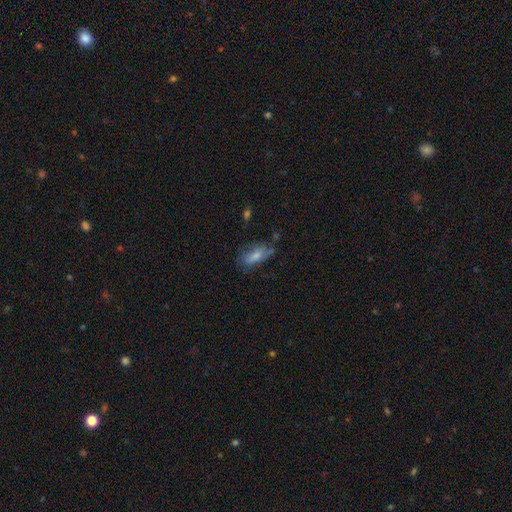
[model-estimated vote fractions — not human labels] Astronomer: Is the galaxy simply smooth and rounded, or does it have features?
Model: smooth — 68%.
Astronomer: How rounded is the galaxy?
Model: in between — 78%.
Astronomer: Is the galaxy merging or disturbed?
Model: none — 51% (runner-up: minor disturbance, 28%).